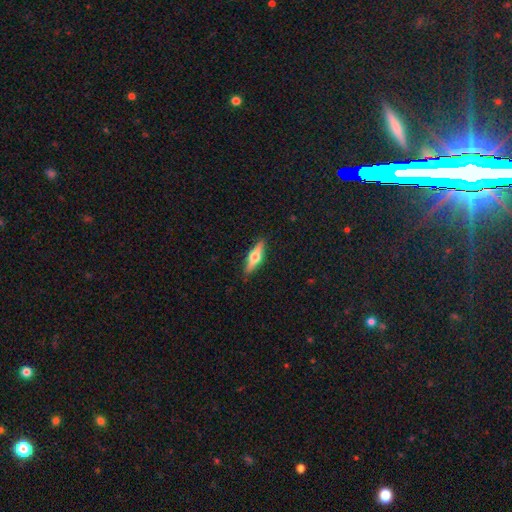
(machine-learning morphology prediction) type=featured or disk (58%); edge-on=yes (95%); edge-on bulge=rounded (95%); merging=none (90%).